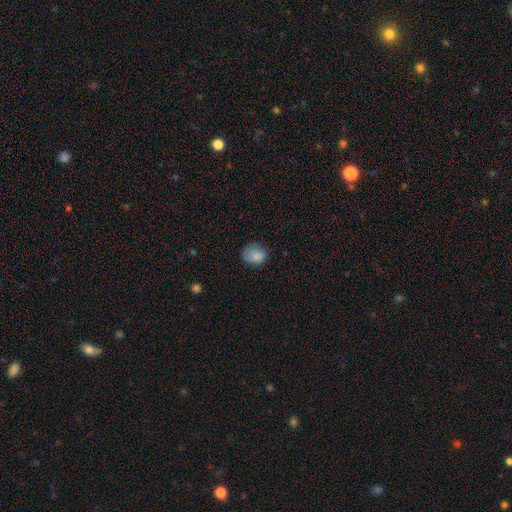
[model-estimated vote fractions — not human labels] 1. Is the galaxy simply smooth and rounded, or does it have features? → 84% smooth, 9% star or artifact, 7% featured or disk.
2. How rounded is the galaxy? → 69% round, 30% in between, 1% cigar-shaped.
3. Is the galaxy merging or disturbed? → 66% none, 24% minor disturbance, 8% major disturbance, 1% merger.